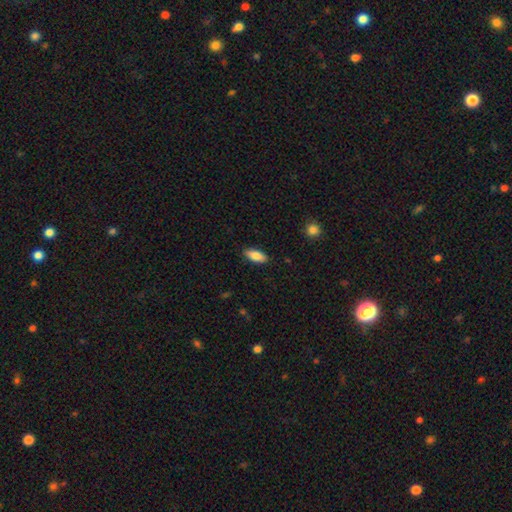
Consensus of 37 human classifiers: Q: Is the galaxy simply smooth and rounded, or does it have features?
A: smooth — 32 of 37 (86%).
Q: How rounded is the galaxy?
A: in between — 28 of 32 (88%).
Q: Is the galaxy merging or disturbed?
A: none — 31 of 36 (86%).